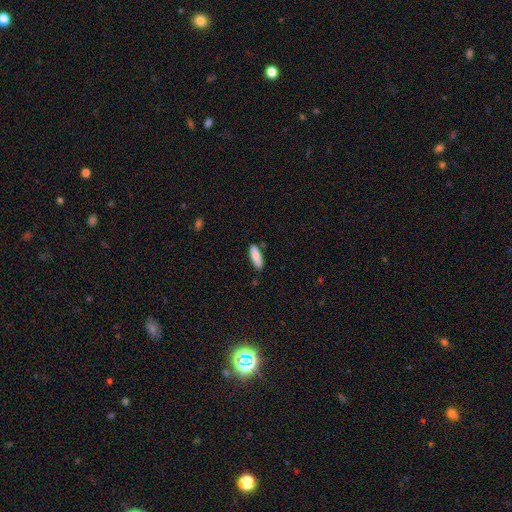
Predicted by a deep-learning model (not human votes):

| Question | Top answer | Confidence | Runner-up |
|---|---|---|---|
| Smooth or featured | smooth | 85% | featured or disk (9%) |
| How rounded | in between | 57% | cigar-shaped (41%) |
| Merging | none | 82% | minor disturbance (12%) |